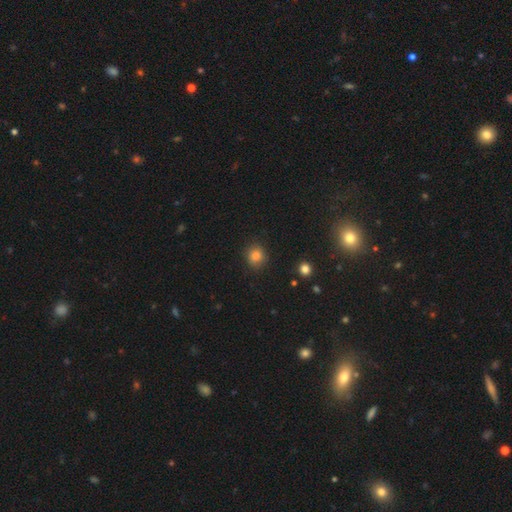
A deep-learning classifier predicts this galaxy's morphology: Q: Smooth or featured?
A: smooth (82%); runner-up: star or artifact (12%)
Q: How rounded?
A: round (82%); runner-up: in between (17%)
Q: Merging?
A: none (86%); runner-up: minor disturbance (10%)